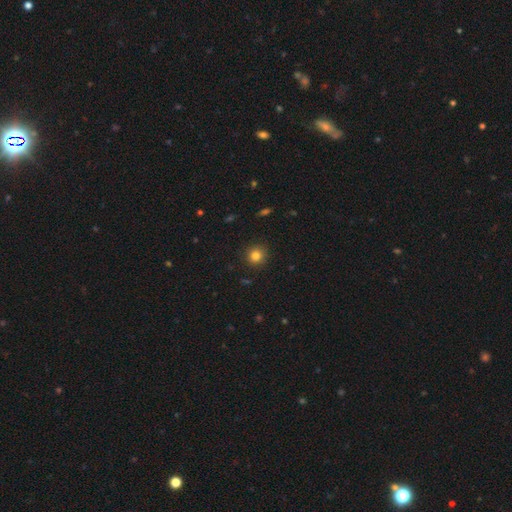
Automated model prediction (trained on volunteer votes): Overall: smooth (83%). How rounded: round (93%). Merging: none (90%).